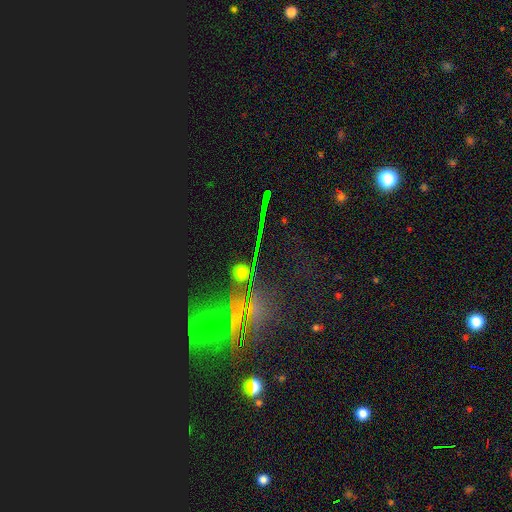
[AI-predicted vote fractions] Overall: star or artifact (56%; featured or disk 28%).